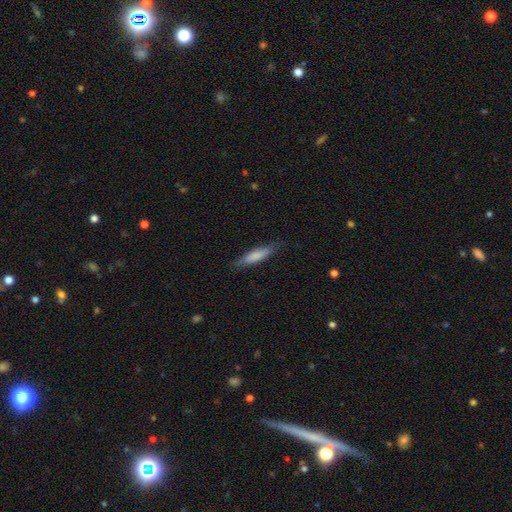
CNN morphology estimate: smooth-or-featured: smooth: 76% | featured or disk: 18% | star or artifact: 6%
  how-rounded: cigar-shaped: 73% | in between: 25% | round: 2%
  merging: none: 79% | minor disturbance: 17% | major disturbance: 3% | merger: 1%